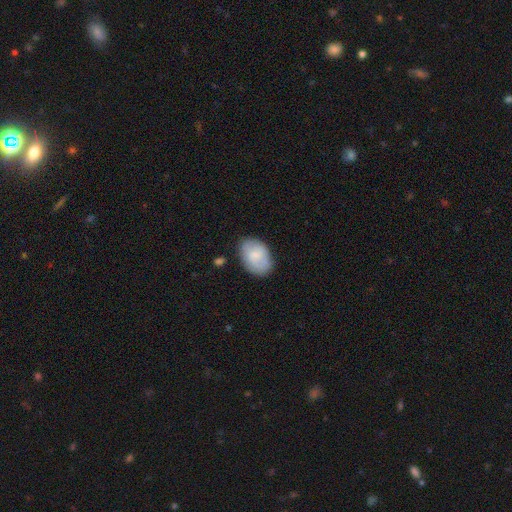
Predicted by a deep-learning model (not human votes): The model was most divided on "smooth or featured": smooth: 65%, featured or disk: 29%, star or artifact: 6%. More confident: how rounded — in between (86%); merging — none (74%).